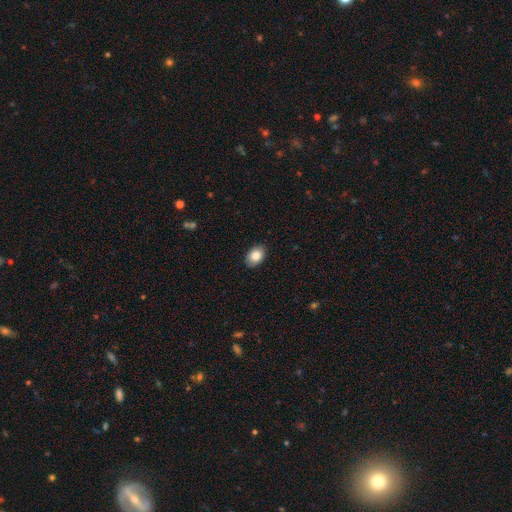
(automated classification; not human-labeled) This appears to be a smooth galaxy with no disk features (86%) that is in between round and cigar-shaped (82%). Merging: none (87%).